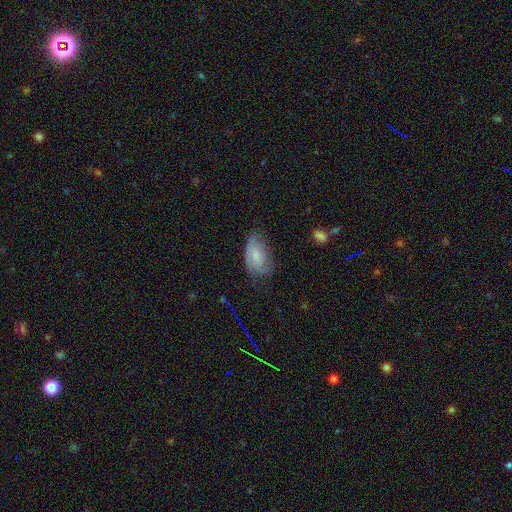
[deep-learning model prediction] Smooth or featured: smooth — 65% (featured or disk — 26%)
How rounded: in between — 92% (round — 5%)
Merging: none — 54% (minor disturbance — 33%)